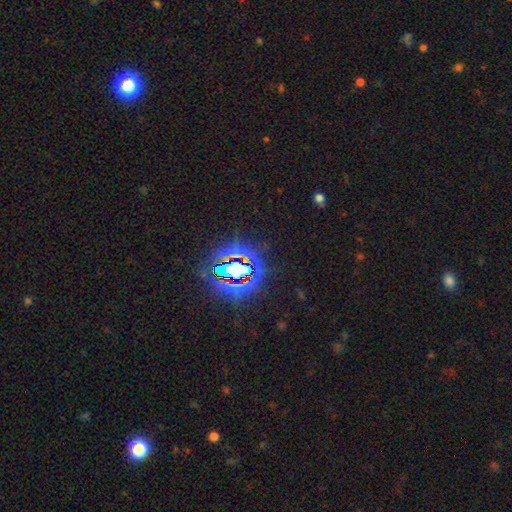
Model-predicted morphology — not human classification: Smooth or featured?
  - star or artifact: 81% *
  - smooth: 11%
  - featured or disk: 8%